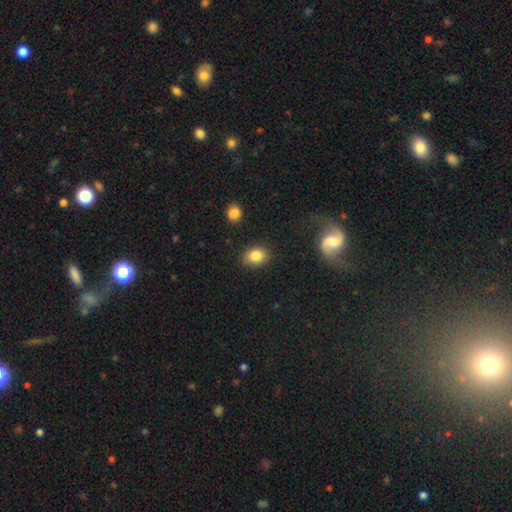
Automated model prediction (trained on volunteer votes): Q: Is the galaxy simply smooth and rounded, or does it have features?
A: smooth — 85%.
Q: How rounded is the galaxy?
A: in between — 59%.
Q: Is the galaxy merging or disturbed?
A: none — 85%.